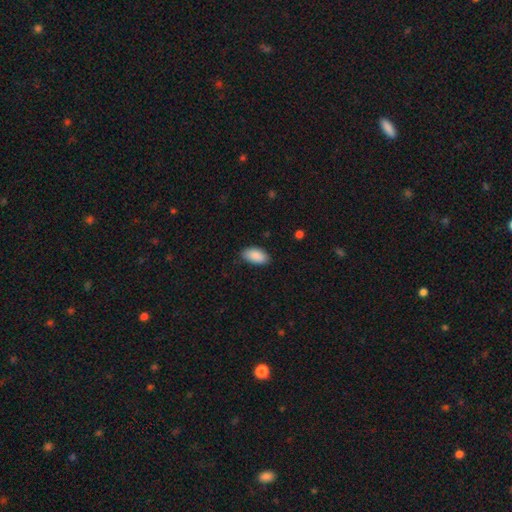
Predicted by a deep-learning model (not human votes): A smooth galaxy with no disk features (90%) that is in between round and cigar-shaped (94%).

Vote fractions:
- Smooth or featured? smooth: 90% / star or artifact: 6% / featured or disk: 4%
- How rounded? in between: 94% / cigar-shaped: 3% / round: 2%
- Merging? none: 85% / minor disturbance: 12% / major disturbance: 2% / merger: 1%